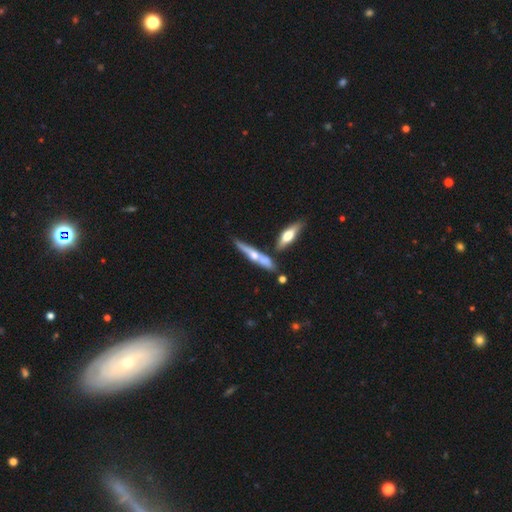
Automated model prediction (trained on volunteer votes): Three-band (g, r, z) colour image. It shows a featured or disk galaxy (60%) viewed edge-on (92%) with a rounded central bulge (89%). Merging: none (57%).